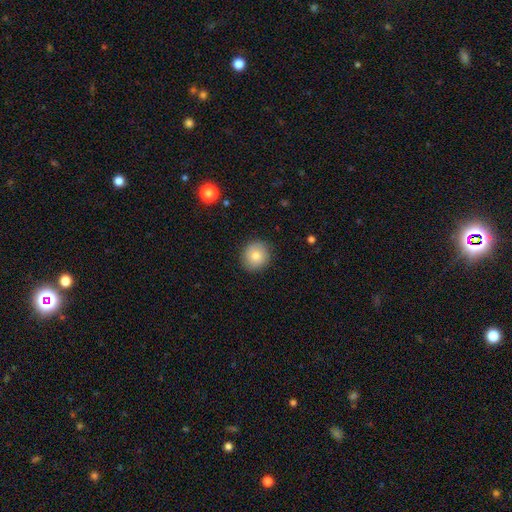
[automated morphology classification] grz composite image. It shows a smooth galaxy with no disk features (80%) that is round (83%). Merging: none (88%).